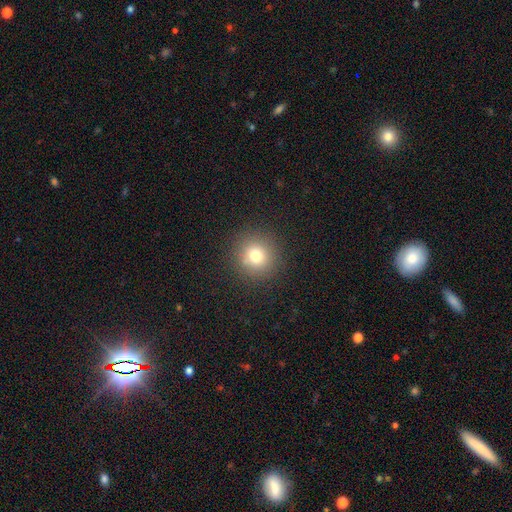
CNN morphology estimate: Overall: smooth (75%). How rounded: round (94%). Merging: none (89%).